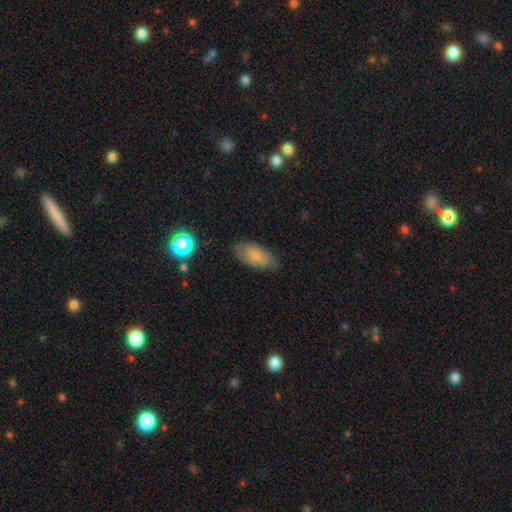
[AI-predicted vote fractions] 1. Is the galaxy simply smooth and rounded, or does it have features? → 82% smooth, 10% featured or disk, 8% star or artifact.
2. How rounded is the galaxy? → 90% in between, 7% cigar-shaped, 3% round.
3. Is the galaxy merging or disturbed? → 80% none, 15% minor disturbance, 3% major disturbance, 1% merger.